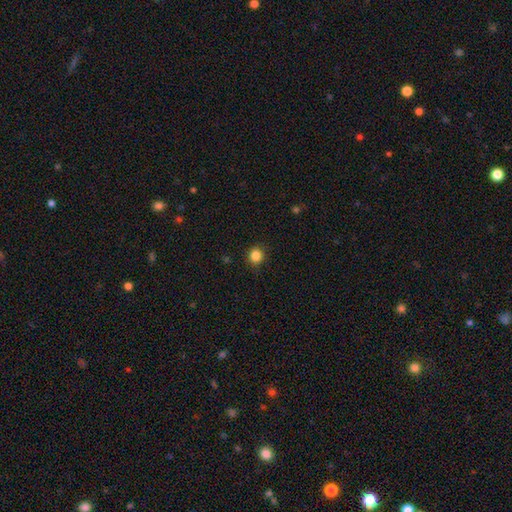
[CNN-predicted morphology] Smooth or featured? smooth (85%)
How rounded? round (87%)
Merging? none (89%)